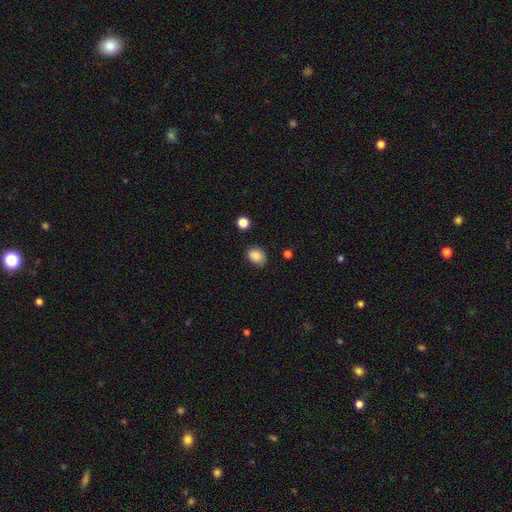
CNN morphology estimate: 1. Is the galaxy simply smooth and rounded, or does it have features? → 86% smooth, 9% star or artifact, 5% featured or disk.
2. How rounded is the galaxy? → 63% in between, 36% round, 1% cigar-shaped.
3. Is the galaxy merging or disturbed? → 72% none, 22% minor disturbance, 4% major disturbance, 2% merger.